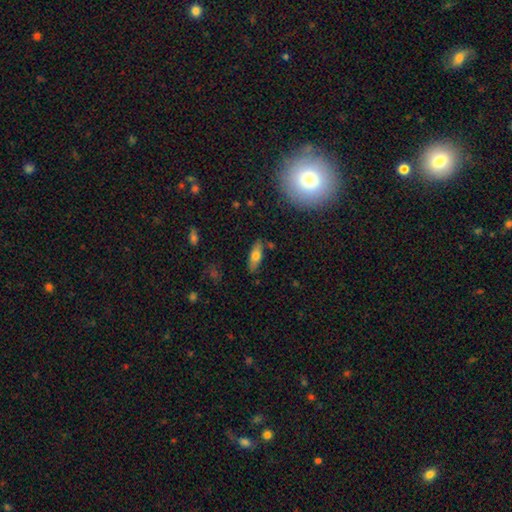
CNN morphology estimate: Smooth or featured? smooth (67%)
How rounded? in between (68%)
Merging? none (82%)